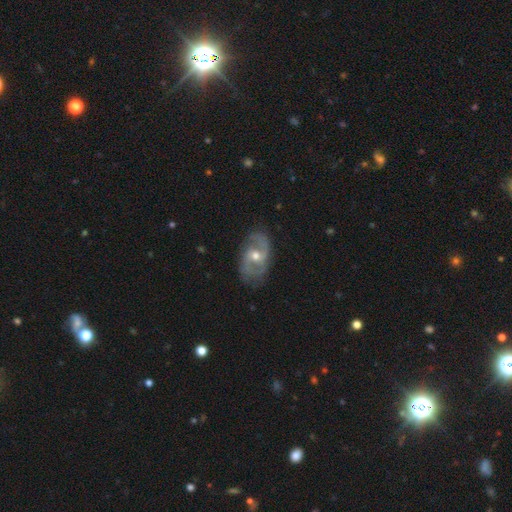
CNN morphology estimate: Overall: featured or disk (81%). Edge-on disk: no (95%). Bar: weak (43%, tied with no). Spiral arms: yes (90%). Spiral arm count: 2 (80%). Spiral winding: medium (48%; loose 27%). Bulge size: moderate (71%). Merging: none (77%).